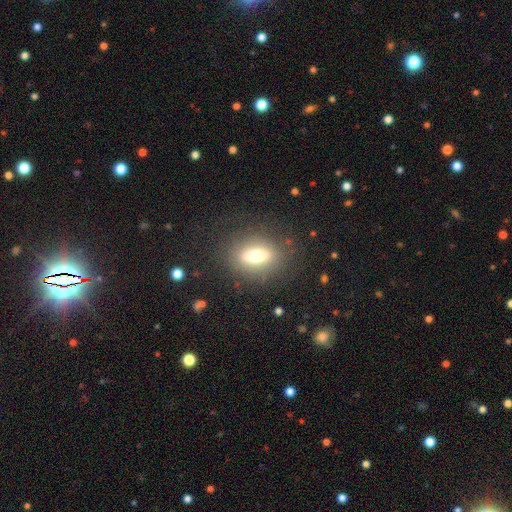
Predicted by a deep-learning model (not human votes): A smooth galaxy with no disk features (62%) that is in between round and cigar-shaped (65%). Merging: none (81%).